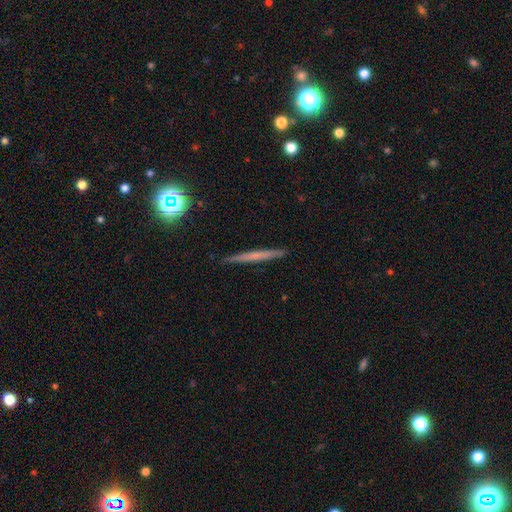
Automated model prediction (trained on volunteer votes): smooth_or_featured: featured or disk (p=0.47) [alt: smooth p=0.43]
merging: none (p=0.91) [alt: minor disturbance p=0.07]